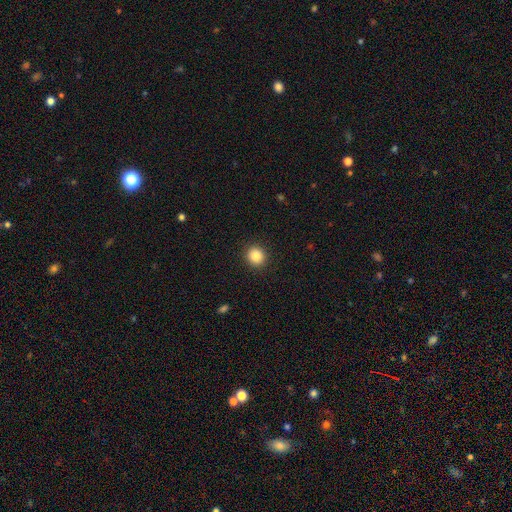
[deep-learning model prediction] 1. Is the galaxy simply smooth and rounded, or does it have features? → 86% smooth, 10% star or artifact, 4% featured or disk.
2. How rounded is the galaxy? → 85% round, 14% in between, 1% cigar-shaped.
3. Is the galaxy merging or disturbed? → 91% none, 5% minor disturbance, 2% major disturbance, 1% merger.